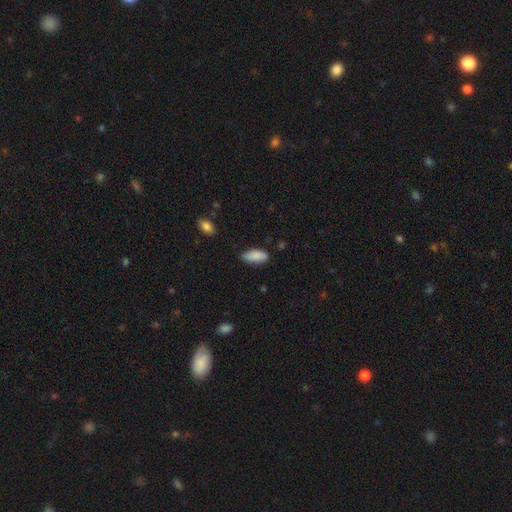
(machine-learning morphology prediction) A smooth galaxy with no disk features (88%) that is in between round and cigar-shaped (89%).

Vote fractions:
- Smooth or featured? smooth: 88% / star or artifact: 7% / featured or disk: 6%
- How rounded? in between: 89% / cigar-shaped: 9% / round: 2%
- Merging? none: 74% / minor disturbance: 21% / major disturbance: 3% / merger: 2%